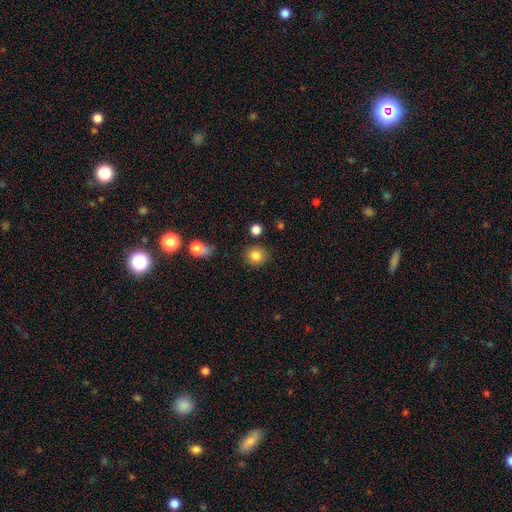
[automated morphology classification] smooth 83%, star or artifact 11%, featured or disk 7%. Down the decision tree: how rounded — round (85%); merging — none (85%).